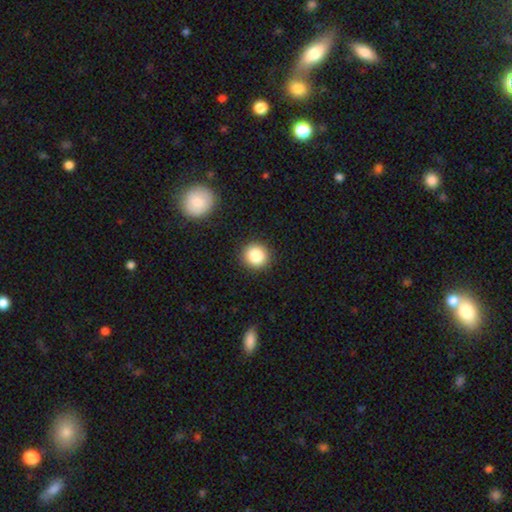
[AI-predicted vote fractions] Q: Smooth or featured?
A: smooth (85%); runner-up: star or artifact (10%)
Q: How rounded?
A: round (91%); runner-up: in between (8%)
Q: Merging?
A: none (91%); runner-up: minor disturbance (6%)